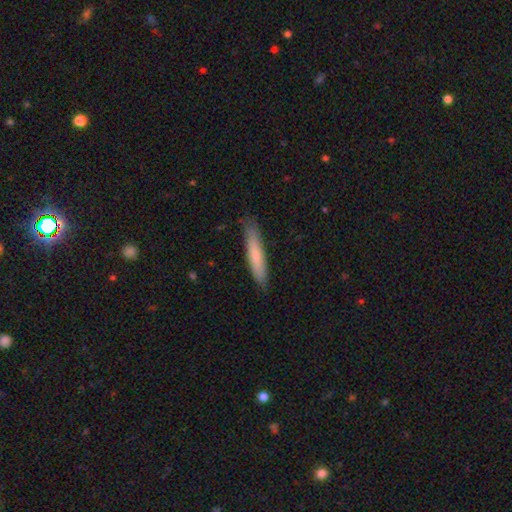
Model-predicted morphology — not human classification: Q: Smooth or featured?
A: smooth (70%); runner-up: featured or disk (25%)
Q: How rounded?
A: cigar-shaped (90%); runner-up: in between (9%)
Q: Merging?
A: none (84%); runner-up: minor disturbance (13%)